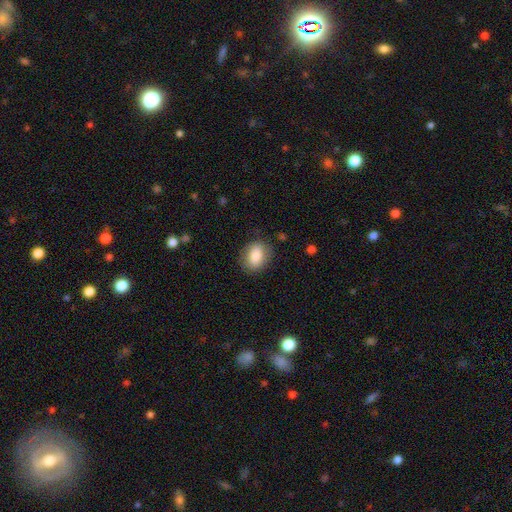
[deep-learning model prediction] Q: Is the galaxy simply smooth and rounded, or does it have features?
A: smooth — 83%.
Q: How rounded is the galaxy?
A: in between — 69%.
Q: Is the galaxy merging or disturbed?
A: none — 82%.